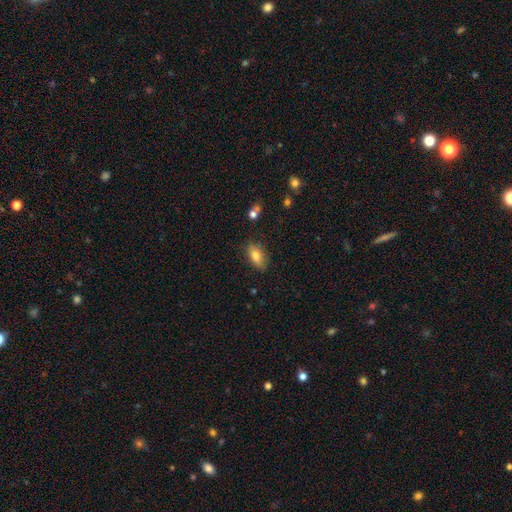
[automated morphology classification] This is likely a smooth galaxy (75%). How rounded: likely in between (80%). Merging: likely none (80%).